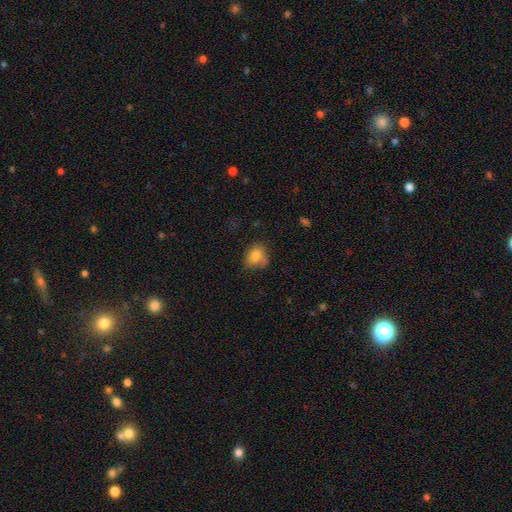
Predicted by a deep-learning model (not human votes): The model was most divided on "how rounded": round: 54%, in between: 45%, cigar-shaped: 1%. Remaining: smooth or featured — smooth (77%); merging — none (49%).